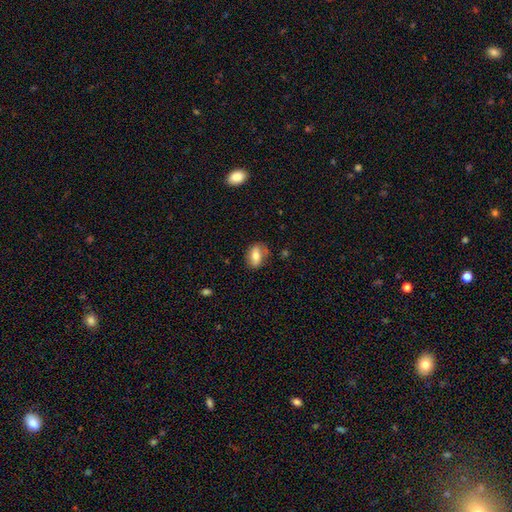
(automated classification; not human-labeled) This is likely a smooth galaxy (69%). How rounded: clearly in between (81%). Merging: likely none (72%).